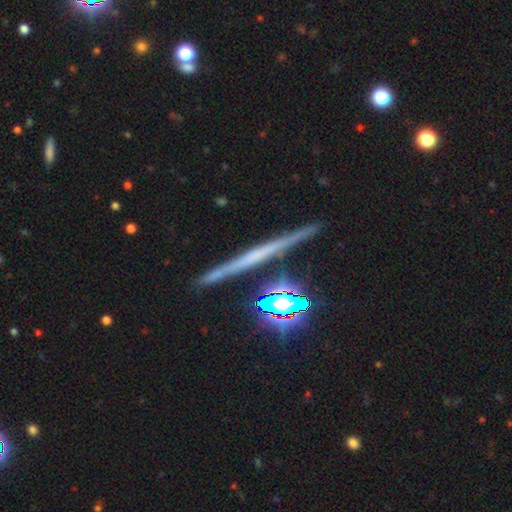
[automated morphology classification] This is possibly a featured or disk galaxy (54%). It is clearly viewed edge-on (94%). Edge-on bulge: likely none (77%). Merging: clearly none (86%).